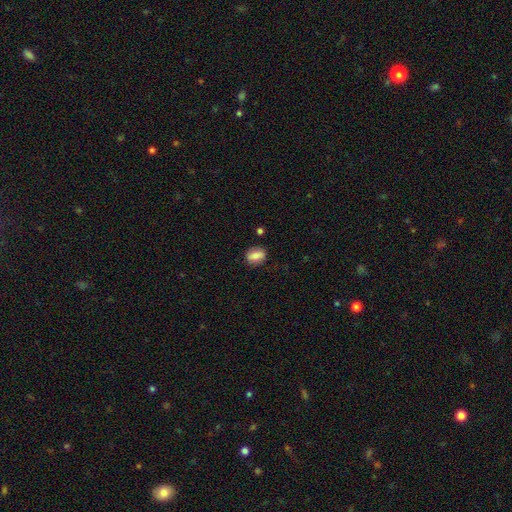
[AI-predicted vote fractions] A smooth galaxy with no disk features (77%) that is in between round and cigar-shaped (69%).

Vote fractions:
- Smooth or featured? smooth: 77% / featured or disk: 15% / star or artifact: 8%
- How rounded? in between: 69% / round: 27% / cigar-shaped: 4%
- Merging? none: 82% / minor disturbance: 13% / major disturbance: 3% / merger: 2%